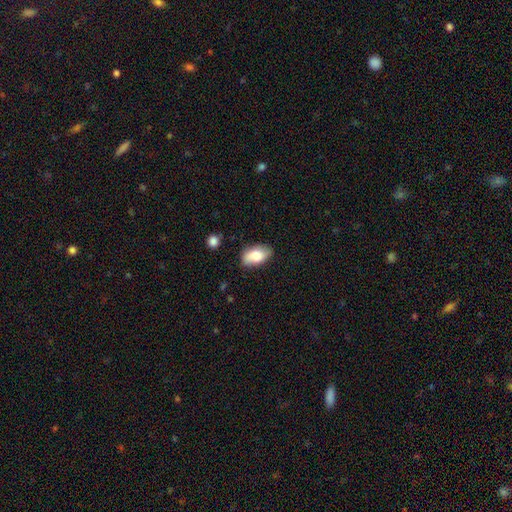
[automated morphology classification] This appears to be a smooth galaxy with no disk features (80%) that is in between round and cigar-shaped (92%). Merging: none (79%).